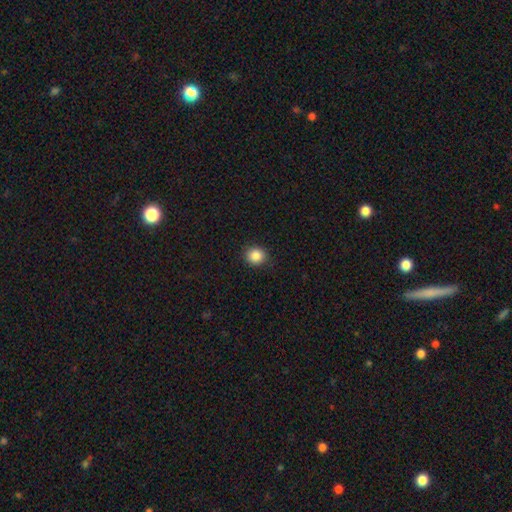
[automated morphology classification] Smooth or featured: smooth — 87% (star or artifact — 10%)
How rounded: round — 80% (in between — 19%)
Merging: none — 89% (minor disturbance — 8%)